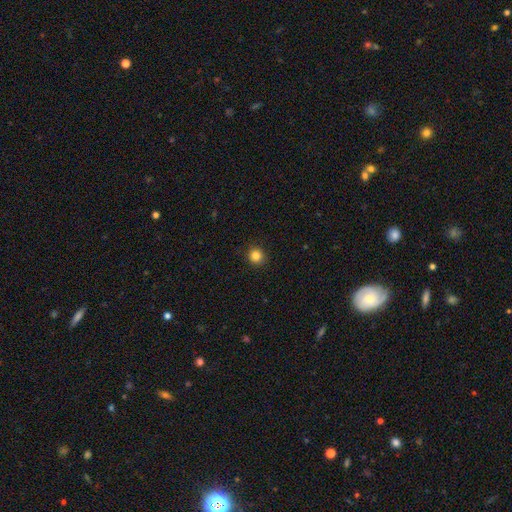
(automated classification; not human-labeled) The model was most divided on "smooth or featured": smooth: 84%, star or artifact: 12%, featured or disk: 4%. More confident: how rounded — round (93%); merging — none (92%).